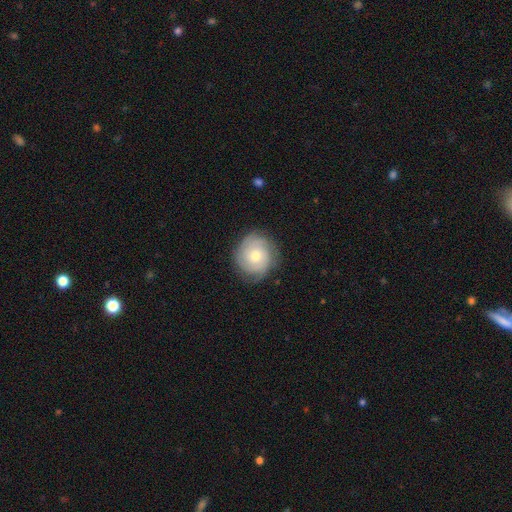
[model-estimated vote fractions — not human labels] Smooth or featured?
  - featured or disk: 60% *
  - smooth: 32%
  - star or artifact: 8%
Edge-on disk?
  - no: 97% *
  - yes: 3%
Bar?
  - no: 82% *
  - weak: 15%
  - strong: 3%
Spiral arms?
  - yes: 88% *
  - no: 12%
Spiral winding?
  - tight: 70% *
  - medium: 24%
  - loose: 7%
Spiral arm count?
  - can't tell: 36% *
  - 3: 26%
  - 2: 18%
  - 4: 10%
  - 1: 5%
  - more than 4: 5%
Bulge size?
  - moderate: 61% *
  - small: 34%
  - large: 3%
  - none: 1%
  - dominant: 1%
Merging?
  - none: 80% *
  - minor disturbance: 15%
  - major disturbance: 4%
  - merger: 1%